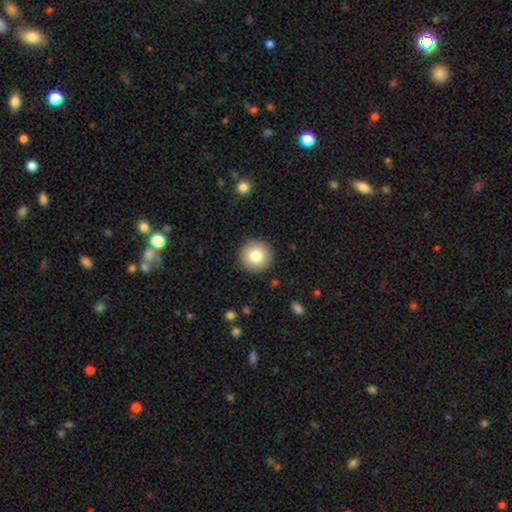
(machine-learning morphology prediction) Overall: smooth (80%). How rounded: round (96%). Merging: none (92%).